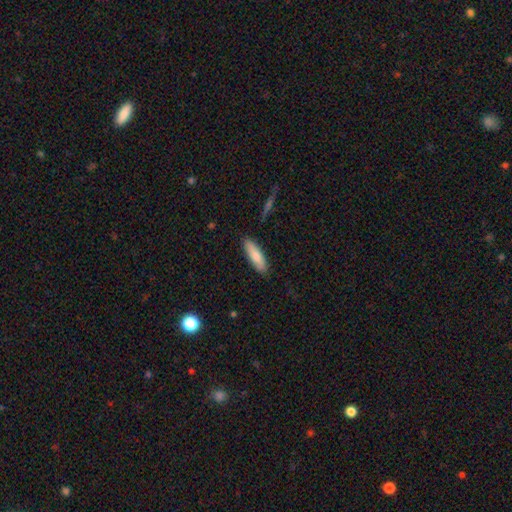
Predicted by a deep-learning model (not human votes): A smooth galaxy with no disk features (82%) that is cigar-shaped (53%). Merging: none (86%).